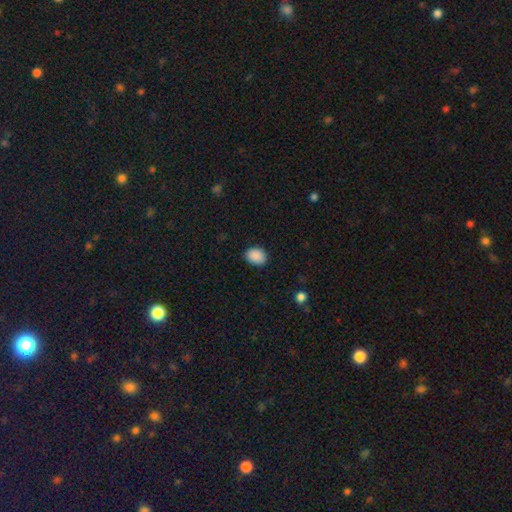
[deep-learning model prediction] Smooth or featured: smooth — 90% (star or artifact — 8%)
How rounded: in between — 62% (round — 37%)
Merging: none — 88% (minor disturbance — 9%)